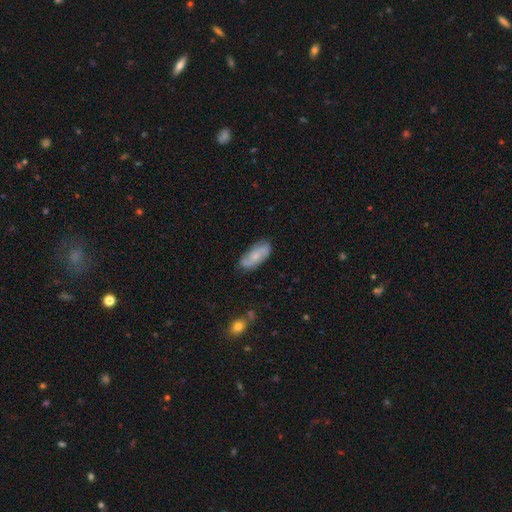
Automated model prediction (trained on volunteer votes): smooth 49%, featured or disk 44%, star or artifact 7%. Down the decision tree: merging — none (76%).